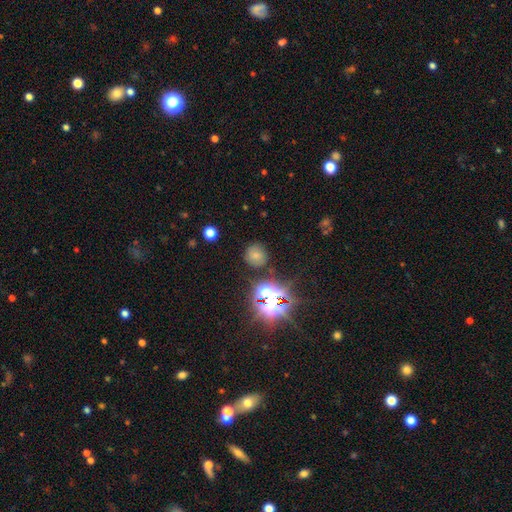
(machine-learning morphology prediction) smooth 63%, star or artifact 25%, featured or disk 12%. Down the decision tree: how rounded — round (88%); merging — none (81%).